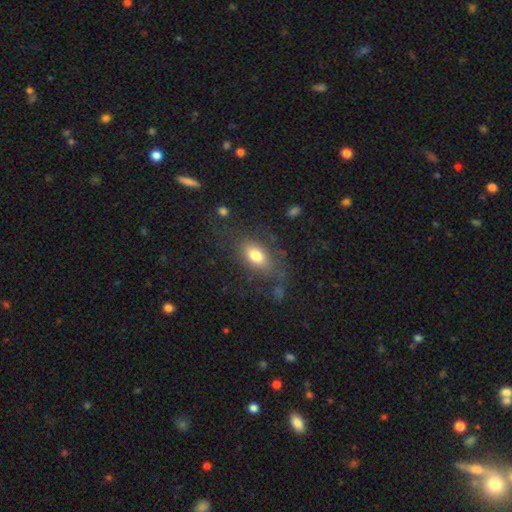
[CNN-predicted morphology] Q: Smooth or featured?
A: smooth (71%); runner-up: featured or disk (20%)
Q: How rounded?
A: in between (85%); runner-up: round (10%)
Q: Merging?
A: none (63%); runner-up: minor disturbance (19%)